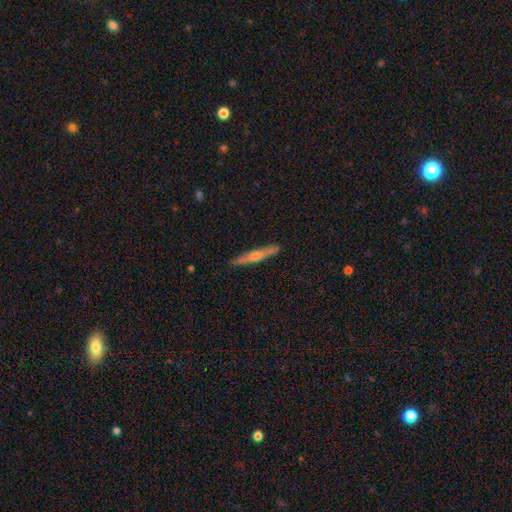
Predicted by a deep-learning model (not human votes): Overall: featured or disk (63%; smooth 31%). Edge-on disk: yes (97%). Edge-on bulge: rounded (82%). Merging: none (90%).